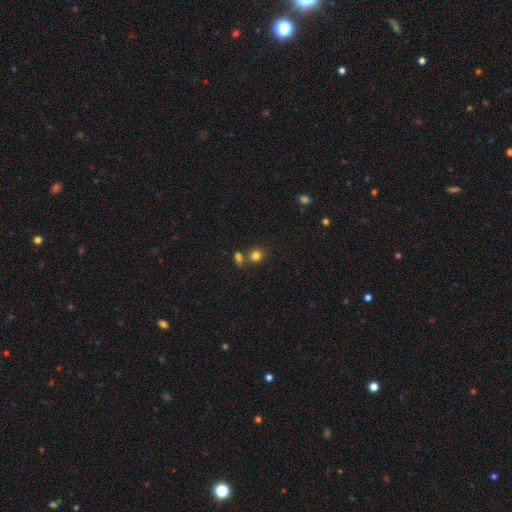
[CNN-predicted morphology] Smooth or featured?
  - smooth: 80% *
  - star or artifact: 13%
  - featured or disk: 7%
How rounded?
  - round: 78% *
  - in between: 21%
  - cigar-shaped: 1%
Merging?
  - none: 64% *
  - merger: 22%
  - minor disturbance: 10%
  - major disturbance: 4%